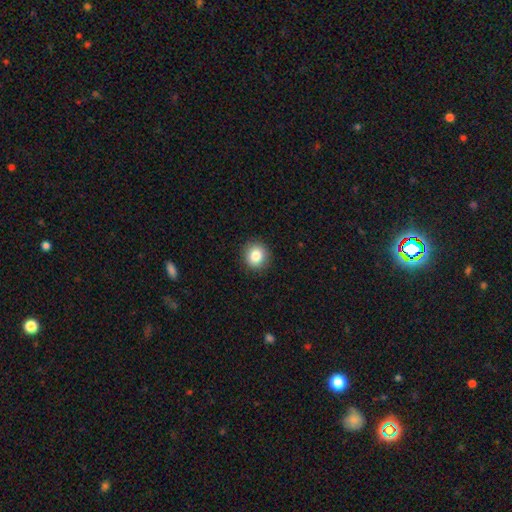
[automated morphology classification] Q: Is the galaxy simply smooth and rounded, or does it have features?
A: smooth — 84%.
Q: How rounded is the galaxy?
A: round — 87%.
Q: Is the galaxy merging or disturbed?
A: none — 91%.